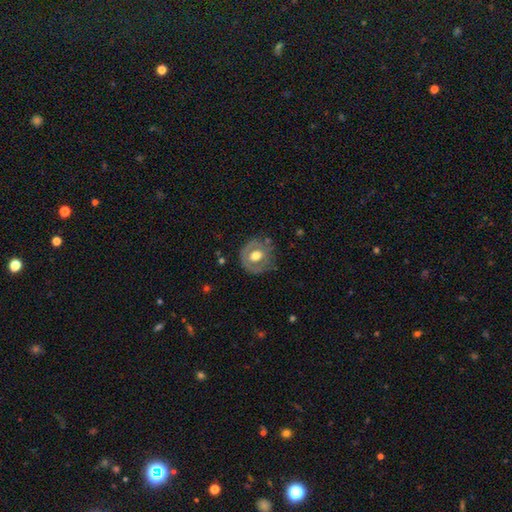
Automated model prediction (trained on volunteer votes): featured or disk 49%, smooth 45%, star or artifact 6%. Down the decision tree: merging — none (68%).